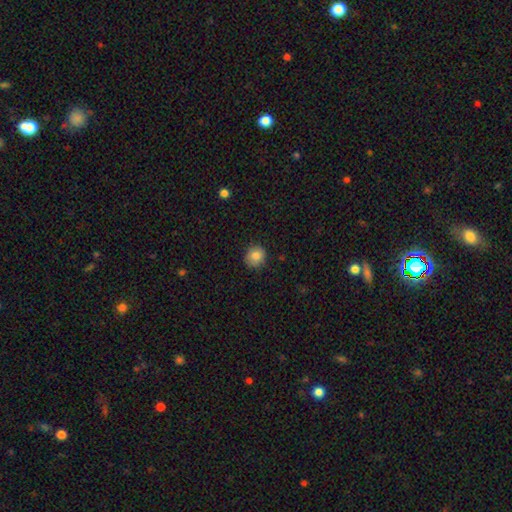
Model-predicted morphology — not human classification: Smooth or featured?
  - smooth: 85% *
  - star or artifact: 9%
  - featured or disk: 6%
How rounded?
  - round: 83% *
  - in between: 16%
  - cigar-shaped: 1%
Merging?
  - none: 85% *
  - minor disturbance: 11%
  - major disturbance: 2%
  - merger: 1%